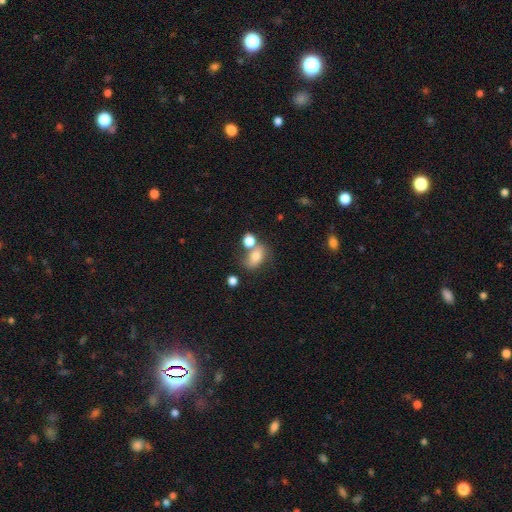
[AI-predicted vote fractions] Smooth or featured: smooth — 73% (featured or disk — 16%)
How rounded: in between — 75% (round — 23%)
Merging: none — 41% (merger — 33%)